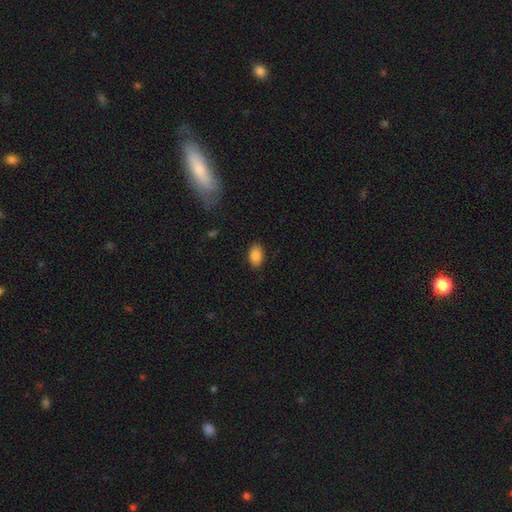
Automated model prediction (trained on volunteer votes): Q: Smooth or featured?
A: smooth (86%); runner-up: star or artifact (8%)
Q: How rounded?
A: in between (91%); runner-up: round (8%)
Q: Merging?
A: none (86%); runner-up: minor disturbance (10%)